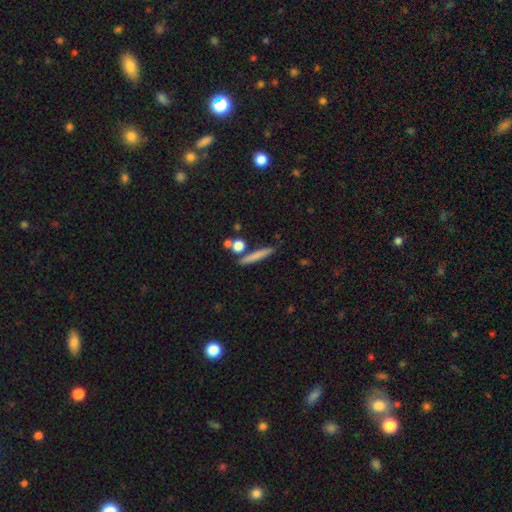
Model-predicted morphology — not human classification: This appears to be a smooth galaxy with no disk features (73%) that is cigar-shaped (86%). Merging: none (80%).